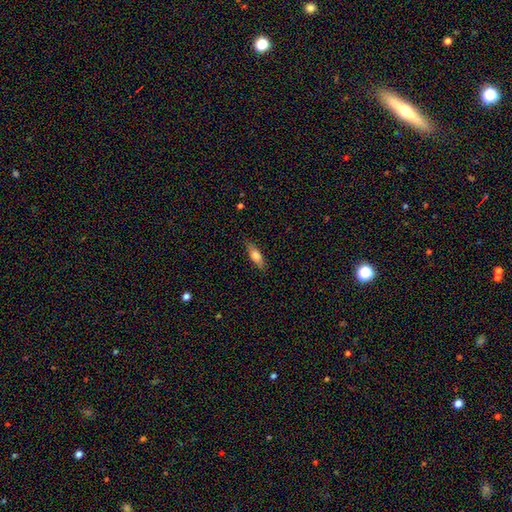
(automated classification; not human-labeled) Smooth or featured: smooth — 72% (featured or disk — 22%)
How rounded: in between — 58% (cigar-shaped — 39%)
Merging: none — 82% (minor disturbance — 14%)